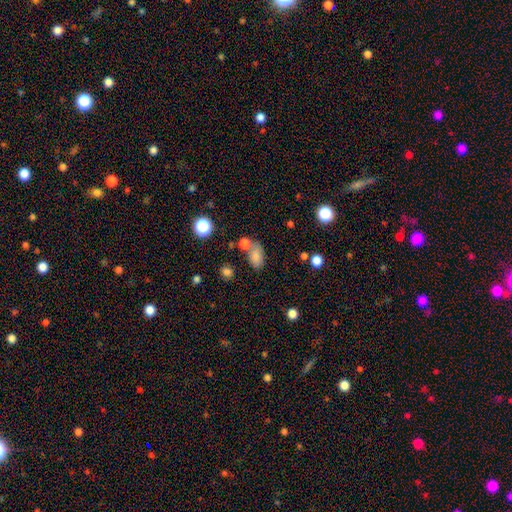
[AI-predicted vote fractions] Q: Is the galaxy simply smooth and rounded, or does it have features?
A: smooth — 80%.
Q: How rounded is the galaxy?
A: in between — 87%.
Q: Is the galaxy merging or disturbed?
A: none — 56%.